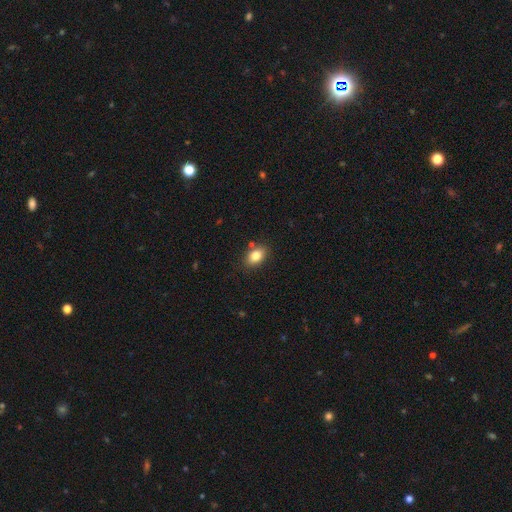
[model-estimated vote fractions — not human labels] smooth 83%, star or artifact 9%, featured or disk 8%. Down the decision tree: how rounded — in between (81%); merging — none (82%).